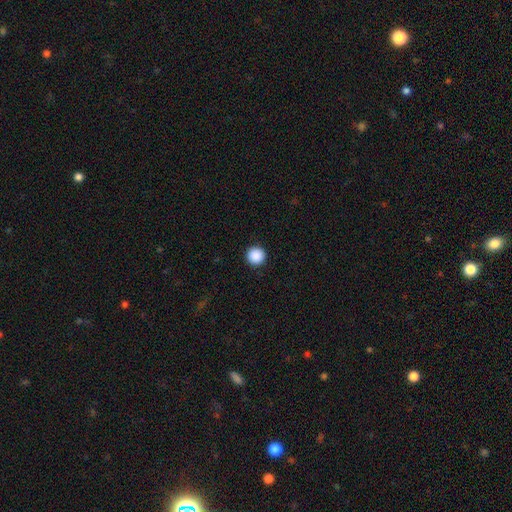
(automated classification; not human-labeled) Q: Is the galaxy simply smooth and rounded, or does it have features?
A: smooth — 89%.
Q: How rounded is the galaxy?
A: round — 97%.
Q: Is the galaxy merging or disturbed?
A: none — 93%.